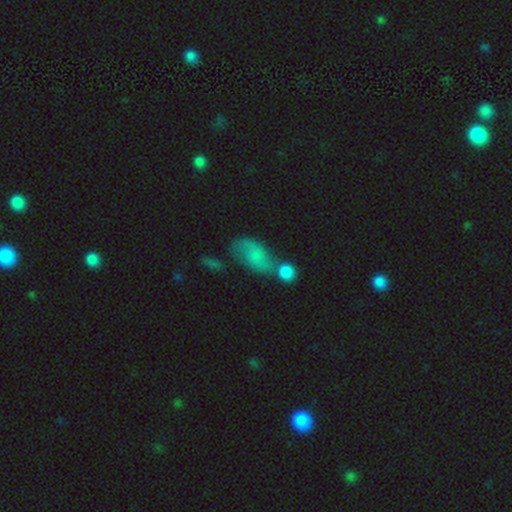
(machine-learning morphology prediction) Smooth or featured? smooth (63%)
How rounded? in between (86%)
Merging? none (40%)